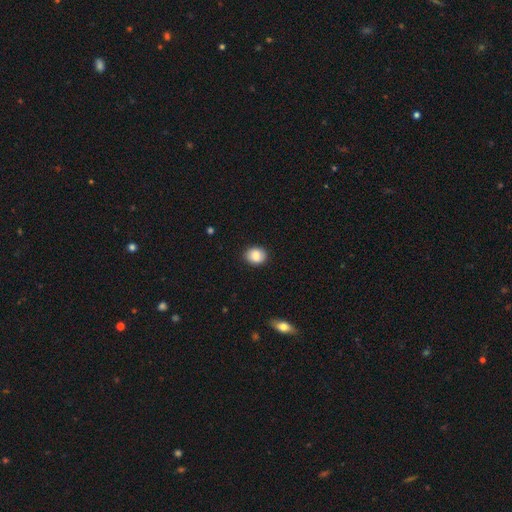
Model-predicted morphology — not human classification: Smooth or featured? Predicted: smooth (p=0.85). How rounded? Predicted: round (p=0.57). Merging? Predicted: none (p=0.89).